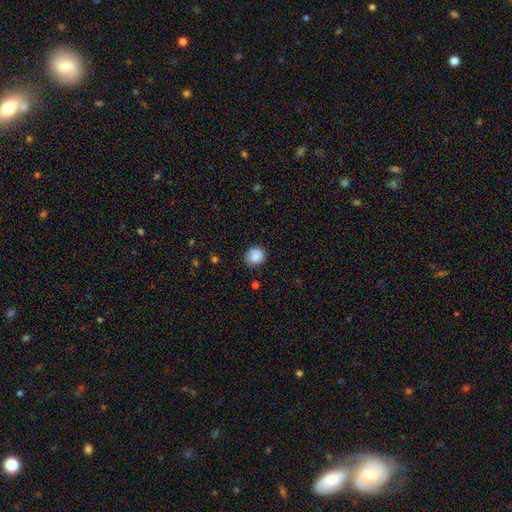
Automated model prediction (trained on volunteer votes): The model was most divided on "merging": none: 82%, minor disturbance: 14%, major disturbance: 3%, merger: 1%. More confident: smooth or featured — smooth (88%); how rounded — round (87%).